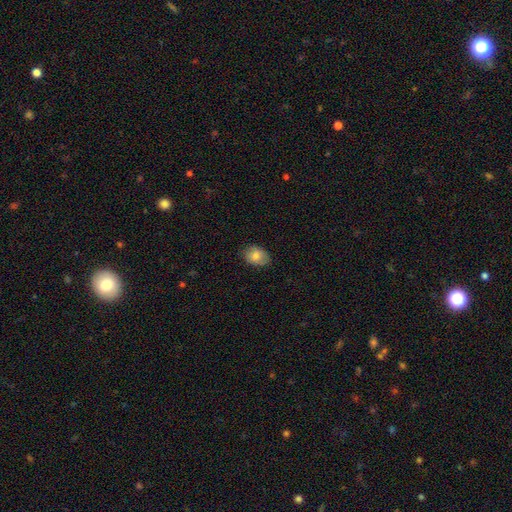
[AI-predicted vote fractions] smooth_or_featured: smooth (p=0.80) [alt: featured or disk p=0.12]
how_rounded: in between (p=0.73) [alt: round p=0.25]
merging: none (p=0.80) [alt: minor disturbance p=0.16]